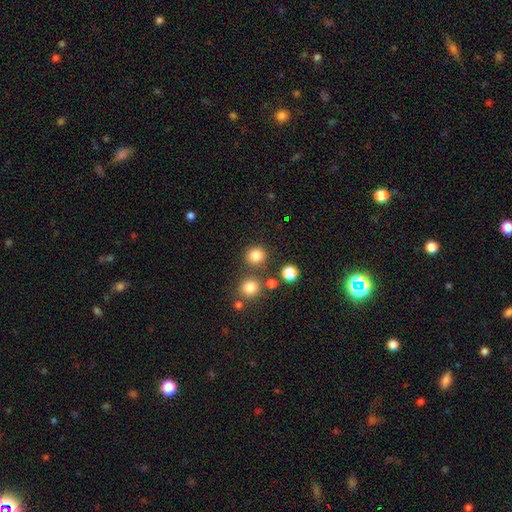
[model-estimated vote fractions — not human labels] A smooth galaxy with no disk features (82%) that is round (90%).

Vote fractions:
- Smooth or featured? smooth: 82% / star or artifact: 14% / featured or disk: 5%
- How rounded? round: 90% / in between: 9% / cigar-shaped: 1%
- Merging? none: 80% / merger: 9% / minor disturbance: 8% / major disturbance: 3%